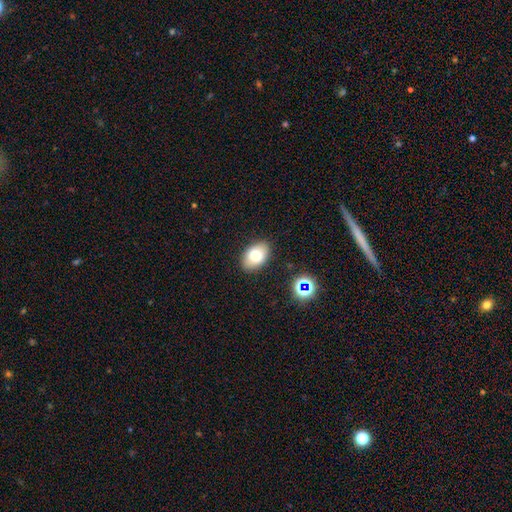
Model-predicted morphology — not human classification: This is likely a smooth galaxy (75%). How rounded: clearly in between (88%). Merging: clearly none (87%).